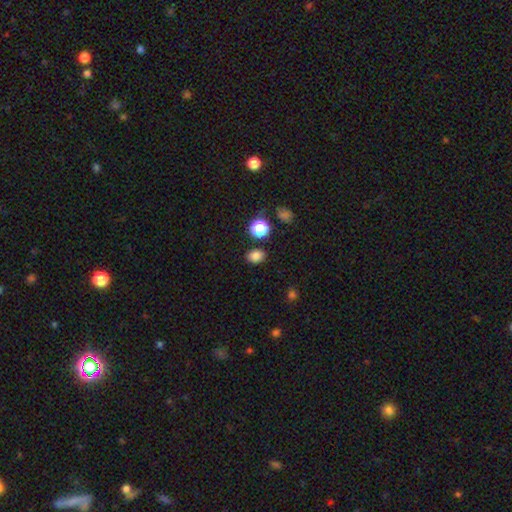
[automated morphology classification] Q: Smooth or featured?
A: smooth (81%); runner-up: star or artifact (14%)
Q: How rounded?
A: in between (62%); runner-up: round (37%)
Q: Merging?
A: none (85%); runner-up: minor disturbance (9%)